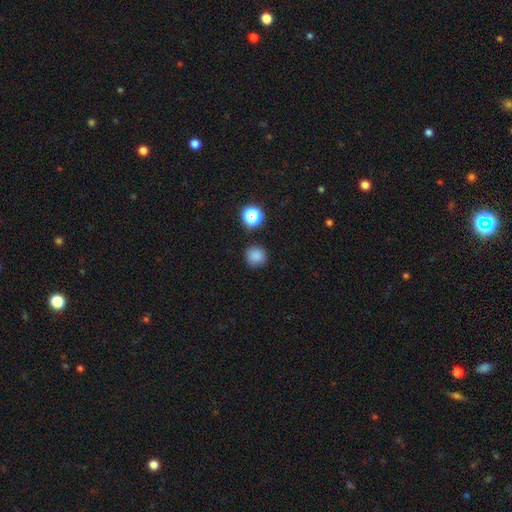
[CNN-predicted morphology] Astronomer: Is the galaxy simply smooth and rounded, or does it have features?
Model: smooth — 82%.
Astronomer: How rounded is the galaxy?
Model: round — 93%.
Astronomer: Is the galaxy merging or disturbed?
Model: none — 87%.